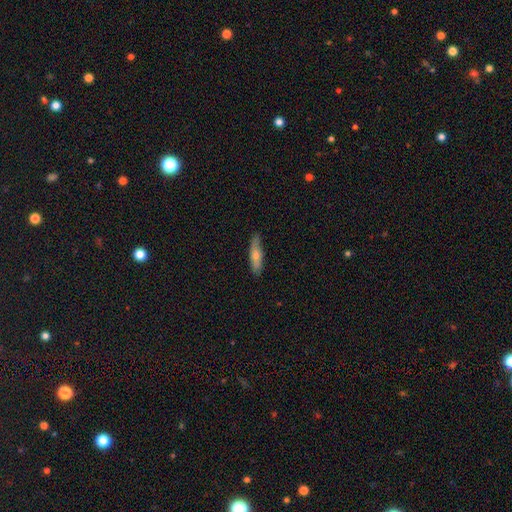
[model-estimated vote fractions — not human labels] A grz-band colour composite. It shows a smooth galaxy with no disk features (56%) that is cigar-shaped (78%). Merging: none (84%).